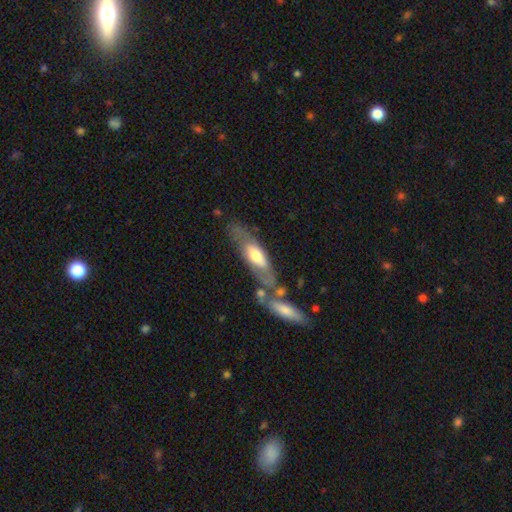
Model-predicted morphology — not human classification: A featured or disk galaxy (51%). Merging: none (57%).